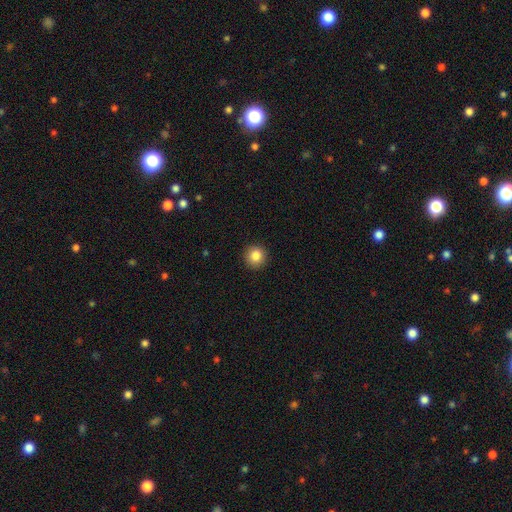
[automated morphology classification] A smooth galaxy with no disk features (85%) that is round (94%). Merging: none (92%).